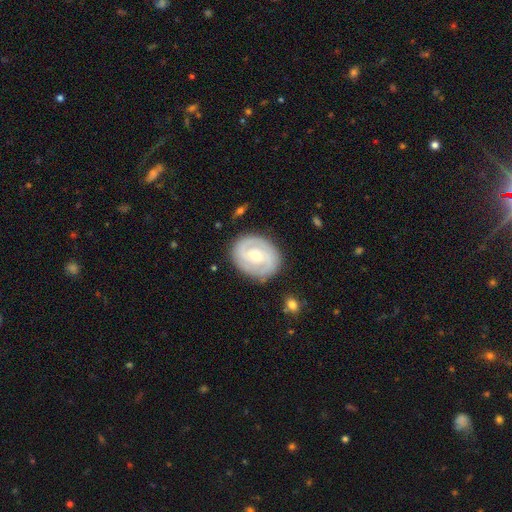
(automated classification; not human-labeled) smooth_or_featured: featured or disk (p=0.79) [alt: smooth p=0.16]
disk_edge_on: no (p=0.97) [alt: yes p=0.03]
bar: weak (p=0.48) [alt: no p=0.35]
has_spiral_arms: yes (p=0.87) [alt: no p=0.13]
spiral_winding: tight (p=0.56) [alt: medium p=0.34]
spiral_arm_count: 2 (p=0.70) [alt: can't tell p=0.15]
bulge_size: moderate (p=0.62) [alt: small p=0.34]
merging: none (p=0.83) [alt: minor disturbance p=0.12]